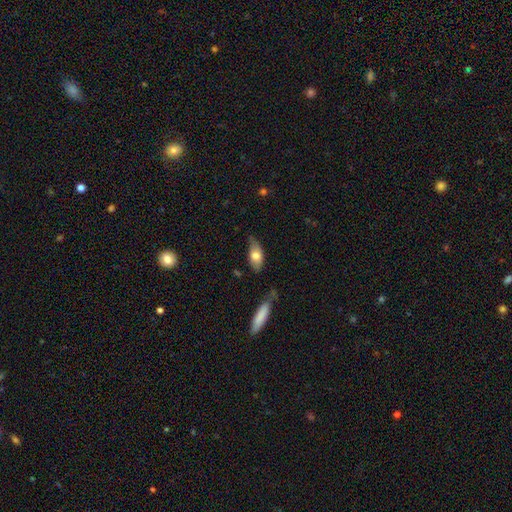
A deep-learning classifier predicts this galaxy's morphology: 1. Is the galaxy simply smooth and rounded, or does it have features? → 73% smooth, 21% featured or disk, 6% star or artifact.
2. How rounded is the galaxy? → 85% in between, 11% cigar-shaped, 3% round.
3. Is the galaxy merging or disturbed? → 58% none, 30% minor disturbance, 7% major disturbance, 4% merger.